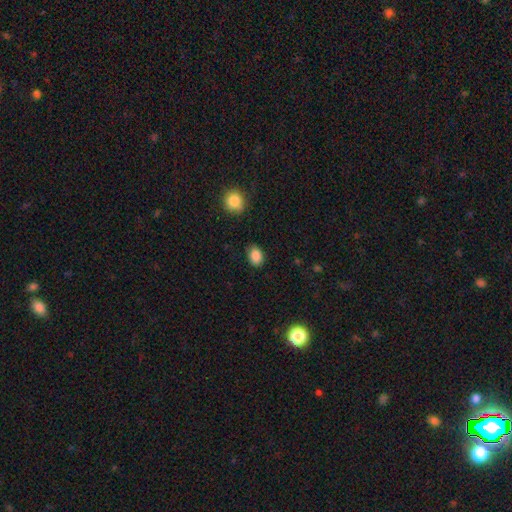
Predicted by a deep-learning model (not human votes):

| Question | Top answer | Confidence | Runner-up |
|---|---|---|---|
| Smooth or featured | smooth | 87% | star or artifact (9%) |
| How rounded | in between | 76% | round (23%) |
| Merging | none | 84% | minor disturbance (12%) |